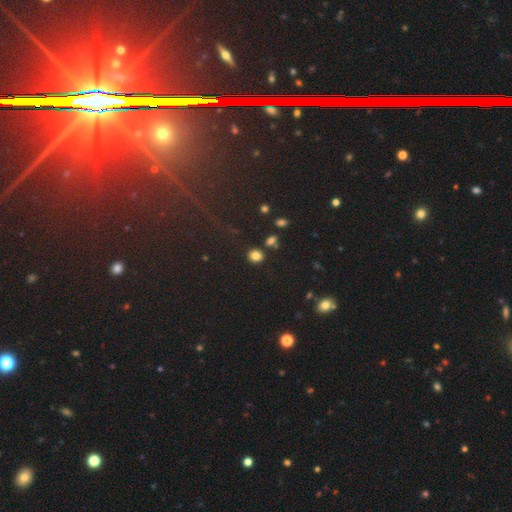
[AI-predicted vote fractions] Q: Smooth or featured?
A: smooth (82%); runner-up: star or artifact (13%)
Q: How rounded?
A: round (72%); runner-up: in between (27%)
Q: Merging?
A: none (81%); runner-up: minor disturbance (9%)